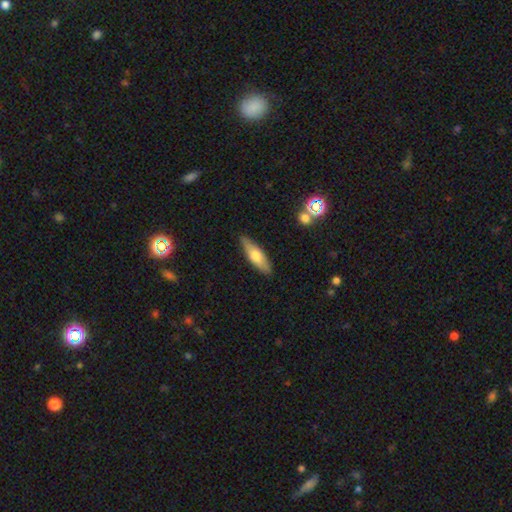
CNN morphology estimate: This appears to be a smooth galaxy with no disk features (60%) that is cigar-shaped (54%). Merging: none (85%).